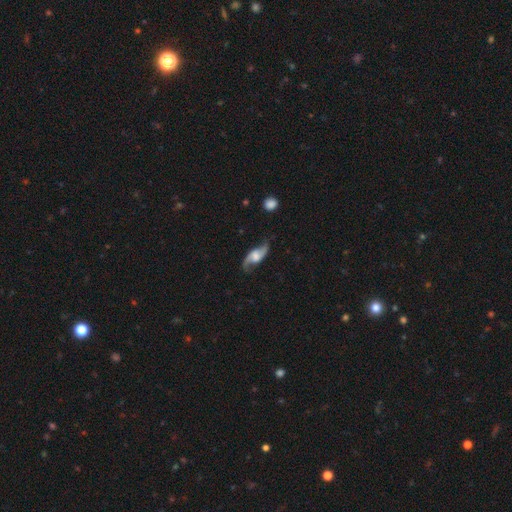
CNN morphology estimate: smooth-or-featured: featured or disk: 83% | smooth: 11% | star or artifact: 6%
  disk-edge-on: no: 93% | yes: 7%
    bar: no: 46% | weak: 40% | strong: 14%
    has-spiral-arms: yes: 96% | no: 4%
      spiral-winding: loose: 73% | medium: 21% | tight: 6%
      spiral-arm-count: 2: 93% | can't tell: 2% | 1: 2% | 3: 1% | 4: 1% | more than 4: 1%
    bulge-size: moderate: 32% | large: 24% | none: 20% | small: 20% | dominant: 4%
  merging: none: 75% | minor disturbance: 16% | major disturbance: 7% | merger: 2%